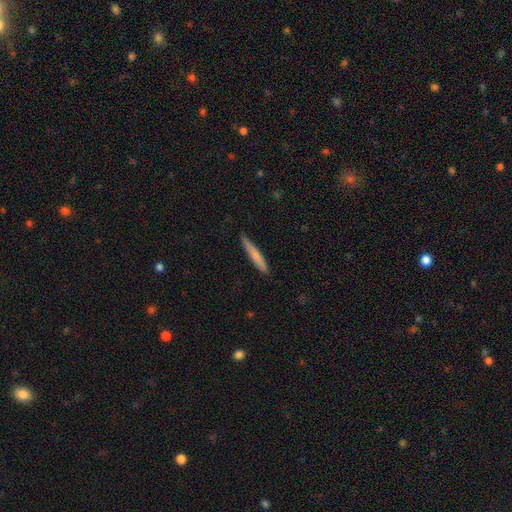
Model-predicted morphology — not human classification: This is likely a smooth galaxy (69%). How rounded: clearly cigar-shaped (95%). Merging: clearly none (87%).